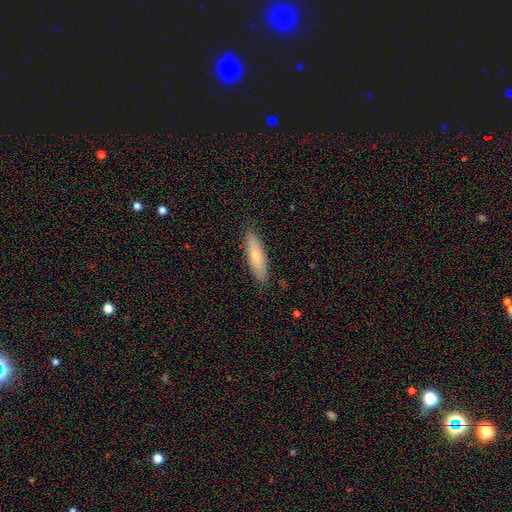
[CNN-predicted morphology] Overall: smooth (65%; featured or disk 29%). How rounded: cigar-shaped (65%; in between 34%). Merging: none (88%).